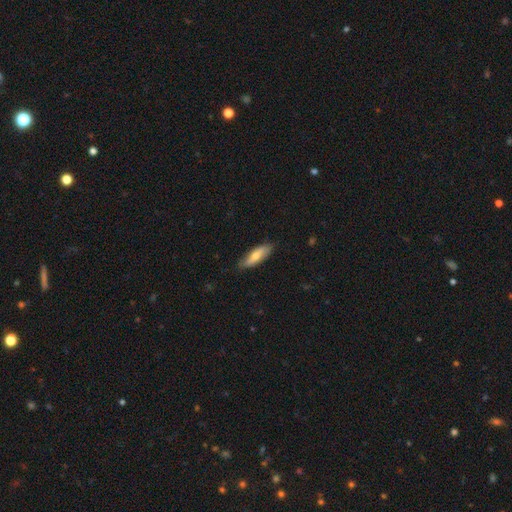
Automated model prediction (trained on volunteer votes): This appears to be a smooth galaxy with no disk features (64%) that is in between round and cigar-shaped (53%). Merging: none (82%).